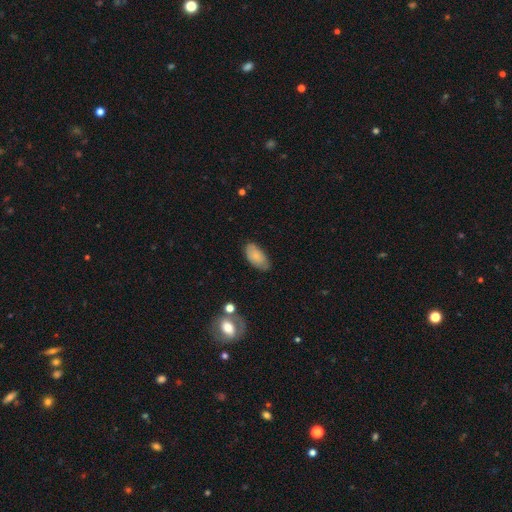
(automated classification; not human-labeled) A smooth galaxy with no disk features (78%) that is in between round and cigar-shaped (94%). Merging: none (72%).